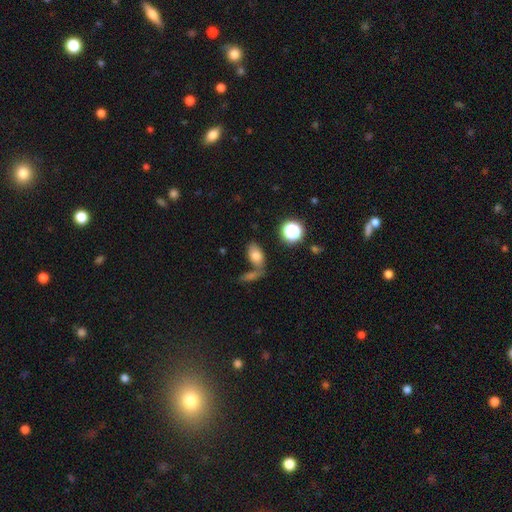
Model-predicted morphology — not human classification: The model was most divided on "merging": none: 47%, merger: 34%, minor disturbance: 12%, major disturbance: 7%. More confident: how rounded — in between (88%); smooth or featured — smooth (76%).